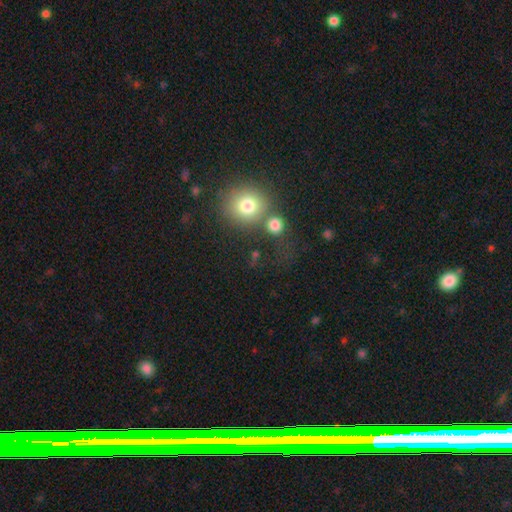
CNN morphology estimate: A smooth galaxy with no disk features (67%) that is round (82%). Merging: none (58%).